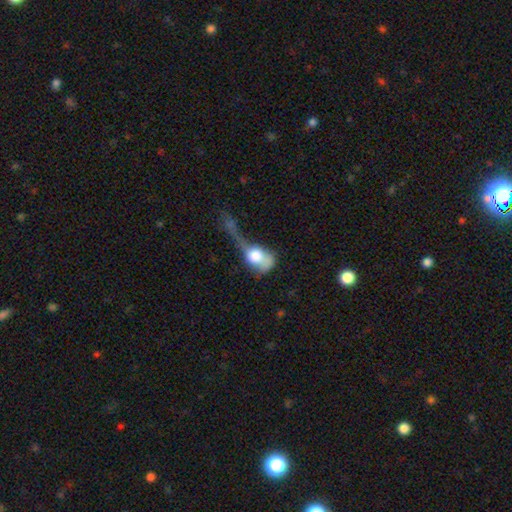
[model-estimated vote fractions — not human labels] Q: Smooth or featured?
A: smooth (64%); runner-up: featured or disk (28%)
Q: How rounded?
A: in between (63%); runner-up: round (33%)
Q: Merging?
A: major disturbance (56%); runner-up: merger (19%)